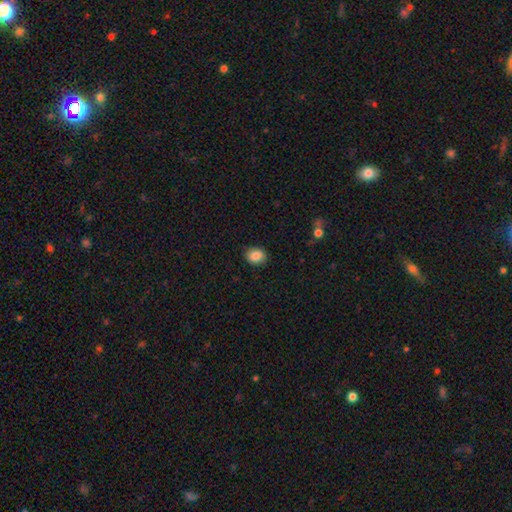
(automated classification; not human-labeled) Smooth or featured? Predicted: smooth (p=0.86). How rounded? Predicted: round (p=0.55). Merging? Predicted: none (p=0.89).